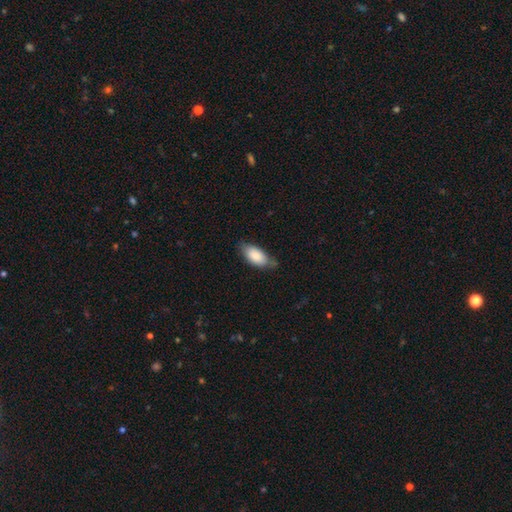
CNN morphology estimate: The model was most divided on "merging": none: 68%, minor disturbance: 26%, major disturbance: 5%, merger: 2%. More confident: how rounded — in between (89%); smooth or featured — smooth (85%).